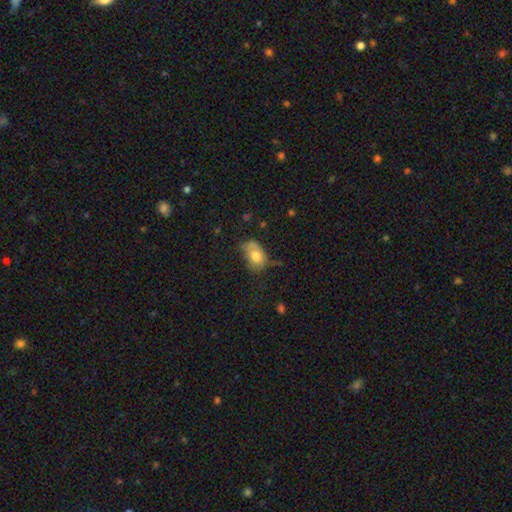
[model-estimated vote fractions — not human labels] The model was most divided on "merging": none: 38%, minor disturbance: 34%, major disturbance: 20%, merger: 8%. More confident: how rounded — in between (74%); smooth or featured — smooth (73%).